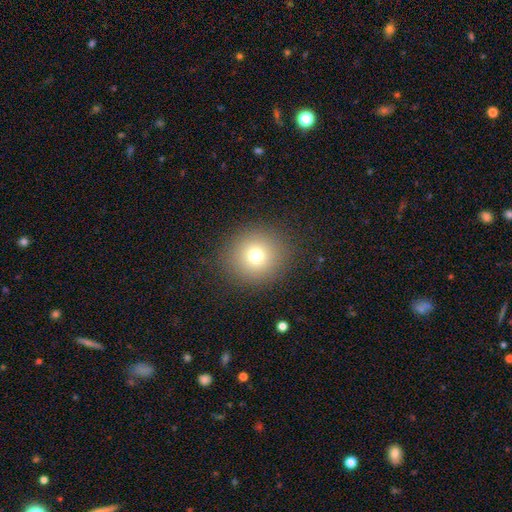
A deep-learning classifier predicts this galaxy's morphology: Q: Smooth or featured?
A: smooth (73%); runner-up: star or artifact (16%)
Q: How rounded?
A: round (93%); runner-up: in between (6%)
Q: Merging?
A: none (89%); runner-up: minor disturbance (6%)